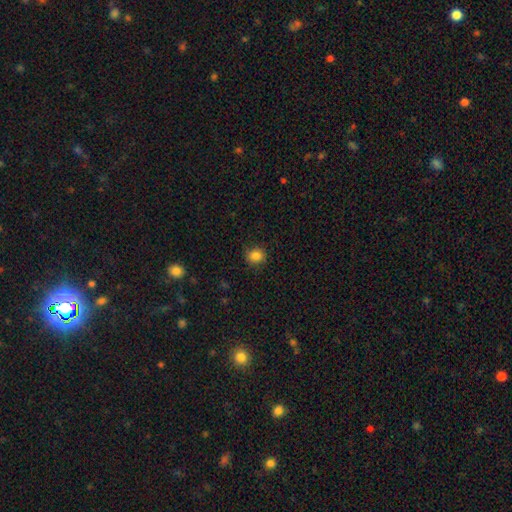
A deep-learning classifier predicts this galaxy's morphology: smooth_or_featured: smooth (p=0.85) [alt: star or artifact p=0.11]
how_rounded: round (p=0.81) [alt: in between p=0.18]
merging: none (p=0.85) [alt: minor disturbance p=0.11]